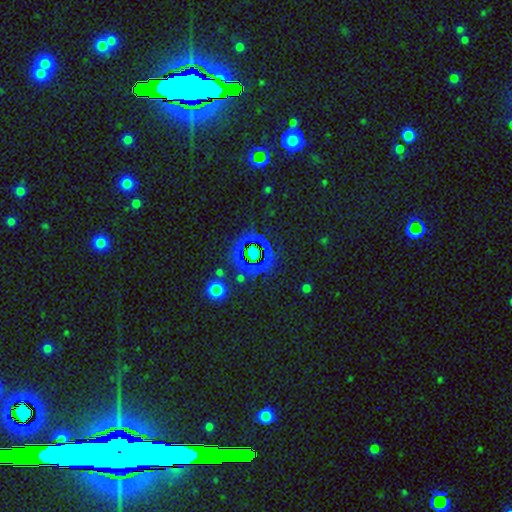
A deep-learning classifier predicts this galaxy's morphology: type=star or artifact (69%).